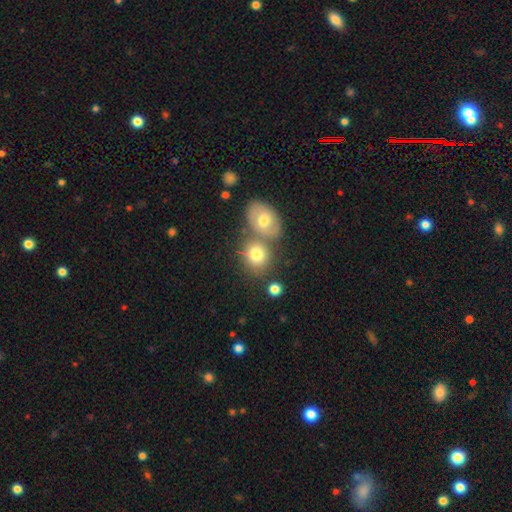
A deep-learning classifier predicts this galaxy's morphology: This appears to be a smooth galaxy with no disk features (75%) that is round (59%). Merging: none (46%).